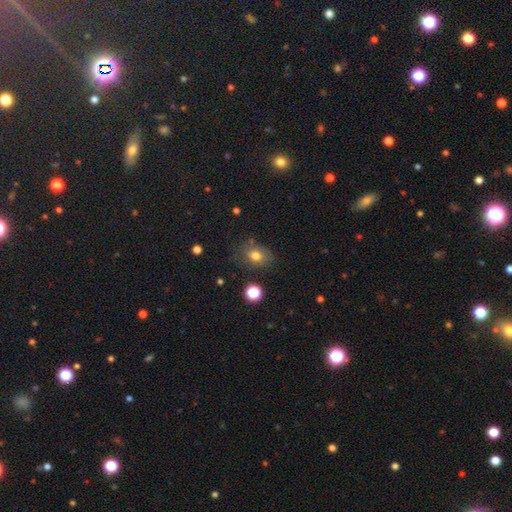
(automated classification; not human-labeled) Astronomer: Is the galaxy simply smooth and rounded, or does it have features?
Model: smooth — 73%.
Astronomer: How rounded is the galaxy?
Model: in between — 64%.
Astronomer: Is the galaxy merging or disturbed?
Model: none — 67%.